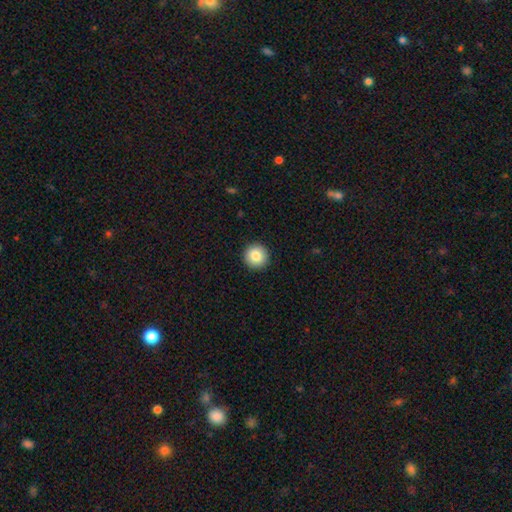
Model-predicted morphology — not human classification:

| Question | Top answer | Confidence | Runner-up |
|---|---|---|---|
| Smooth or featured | smooth | 85% | star or artifact (8%) |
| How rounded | round | 95% | in between (4%) |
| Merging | none | 93% | minor disturbance (5%) |